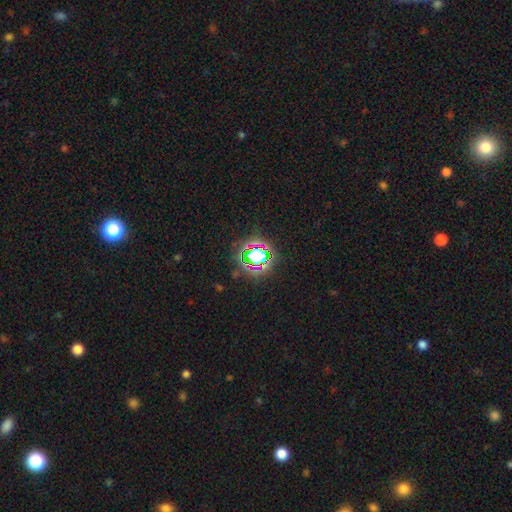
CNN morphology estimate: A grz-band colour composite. It shows a star or artifact, not a galaxy (66%).